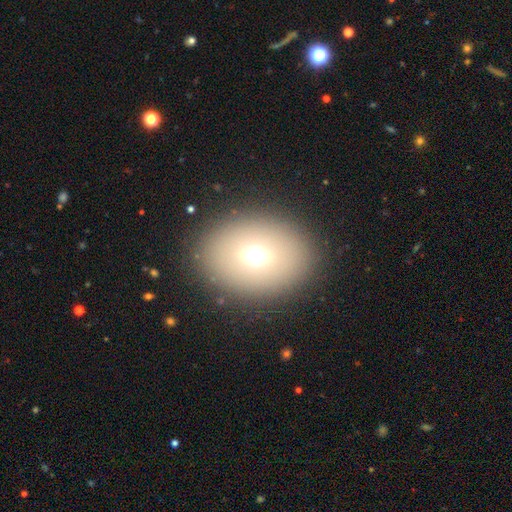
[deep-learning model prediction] Smooth or featured: smooth — 66% (featured or disk — 20%)
How rounded: in between — 64% (round — 35%)
Merging: none — 86% (minor disturbance — 8%)